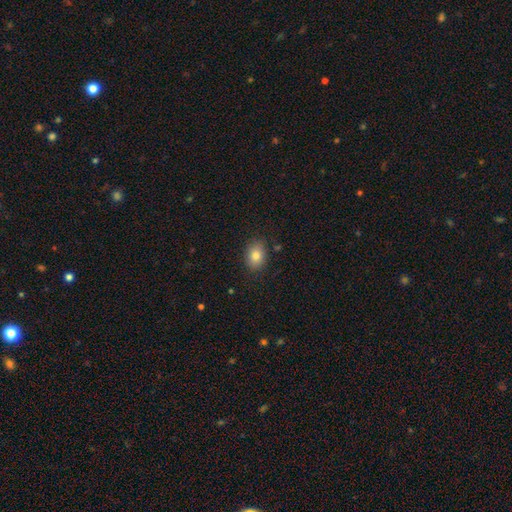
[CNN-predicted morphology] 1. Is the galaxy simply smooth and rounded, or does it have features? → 82% smooth, 9% star or artifact, 9% featured or disk.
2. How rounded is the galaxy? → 73% in between, 26% round, 1% cigar-shaped.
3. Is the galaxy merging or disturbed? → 85% none, 11% minor disturbance, 3% major disturbance, 1% merger.